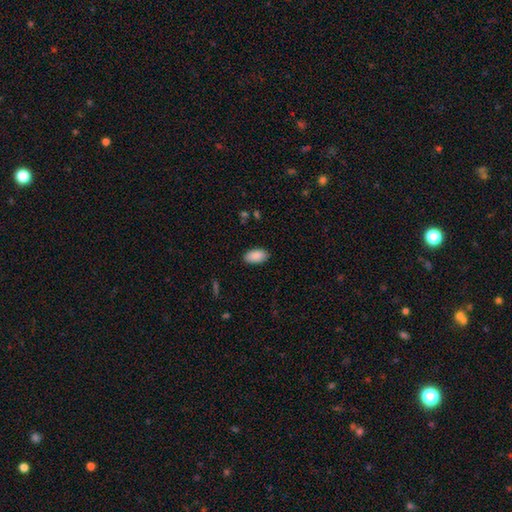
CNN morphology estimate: smooth_or_featured: smooth (p=0.90) [alt: star or artifact p=0.06]
how_rounded: in between (p=0.95) [alt: round p=0.03]
merging: none (p=0.88) [alt: minor disturbance p=0.09]